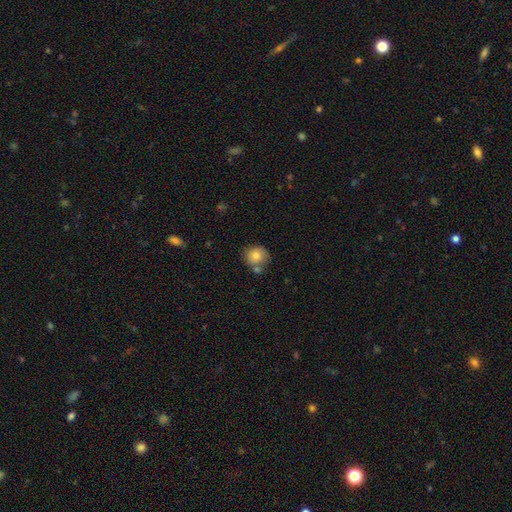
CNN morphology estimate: smooth-or-featured: smooth: 81% | featured or disk: 11% | star or artifact: 9%
  how-rounded: round: 85% | in between: 14% | cigar-shaped: 1%
  merging: none: 60% | merger: 19% | minor disturbance: 17% | major disturbance: 4%